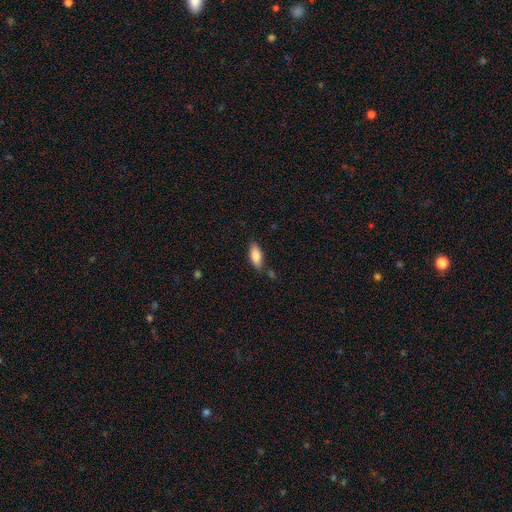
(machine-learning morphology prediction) A smooth galaxy with no disk features (78%) that is in between round and cigar-shaped (77%).

Vote fractions:
- Smooth or featured? smooth: 78% / featured or disk: 15% / star or artifact: 7%
- How rounded? in between: 77% / cigar-shaped: 21% / round: 2%
- Merging? none: 78% / minor disturbance: 15% / merger: 4% / major disturbance: 3%